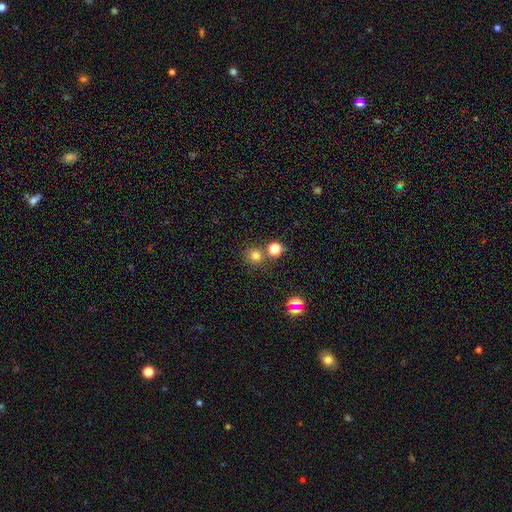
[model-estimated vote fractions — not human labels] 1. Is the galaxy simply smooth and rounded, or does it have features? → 74% smooth, 20% star or artifact, 6% featured or disk.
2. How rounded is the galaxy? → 93% round, 6% in between, 1% cigar-shaped.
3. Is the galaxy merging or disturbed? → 74% none, 16% merger, 7% minor disturbance, 3% major disturbance.